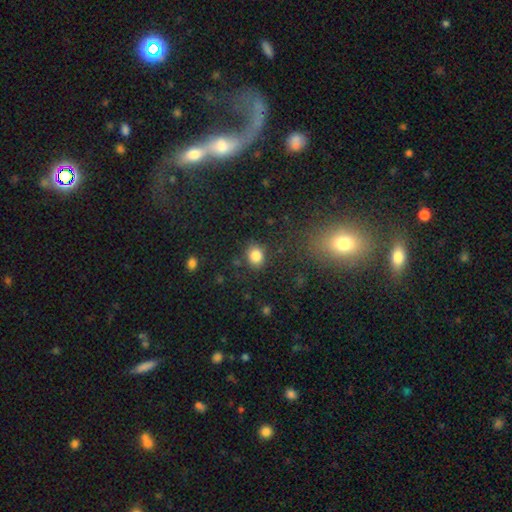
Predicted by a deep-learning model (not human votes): Q: Smooth or featured?
A: smooth (83%); runner-up: star or artifact (11%)
Q: How rounded?
A: round (63%); runner-up: in between (36%)
Q: Merging?
A: none (80%); runner-up: minor disturbance (12%)